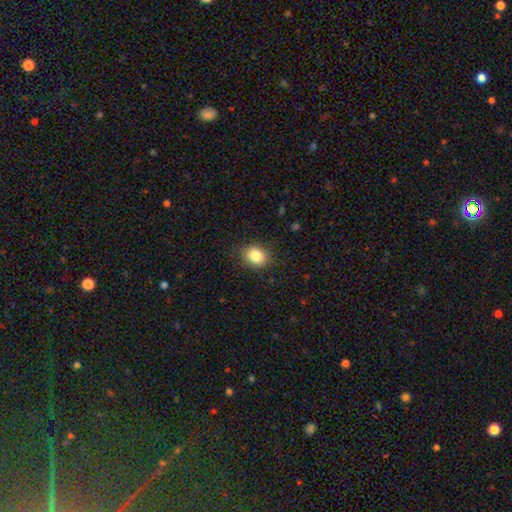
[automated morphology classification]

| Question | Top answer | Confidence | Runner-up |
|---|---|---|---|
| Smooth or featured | smooth | 85% | star or artifact (9%) |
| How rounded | in between | 55% | round (45%) |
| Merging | none | 84% | minor disturbance (12%) |